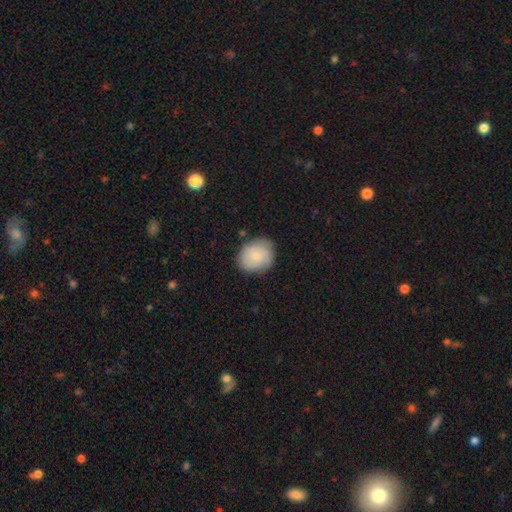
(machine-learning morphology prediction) type=smooth (72%); roundness=round (55%); merging=none (72%).